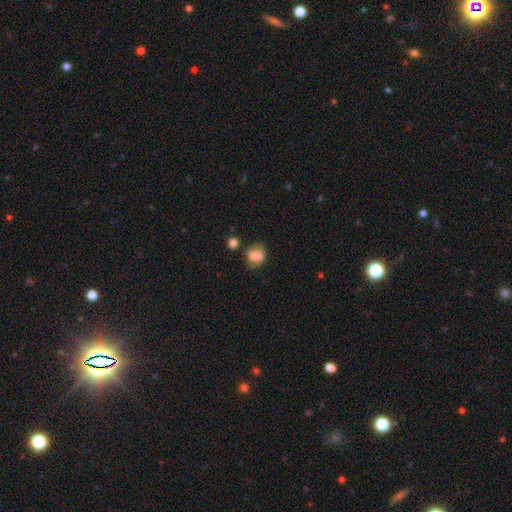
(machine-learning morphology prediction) Overall: smooth (74%). How rounded: round (56%; in between 43%). Merging: none (62%; minor disturbance 22%).